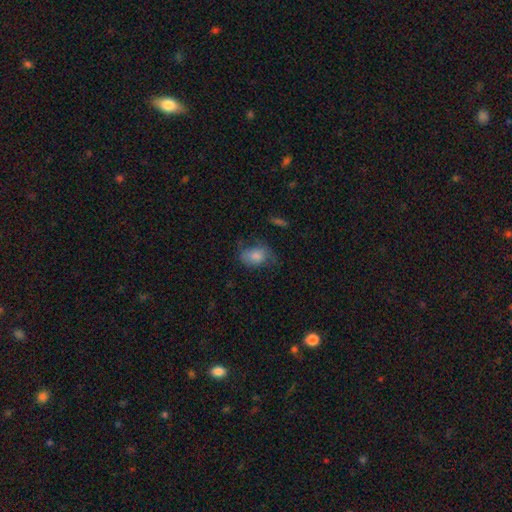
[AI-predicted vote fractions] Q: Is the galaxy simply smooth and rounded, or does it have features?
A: smooth — 75%.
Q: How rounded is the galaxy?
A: in between — 75%.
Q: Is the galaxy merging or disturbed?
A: none — 45%.